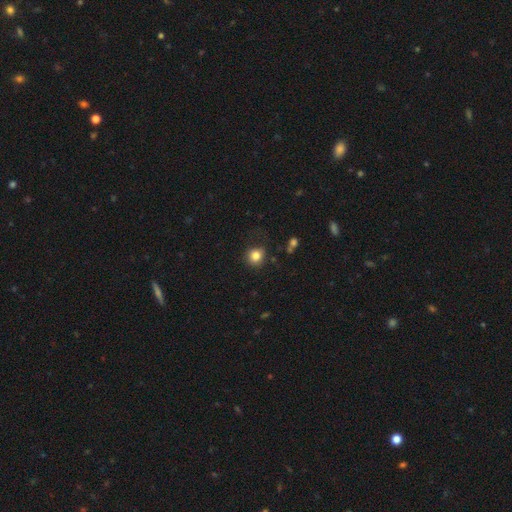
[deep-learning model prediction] Smooth or featured: smooth — 84% (star or artifact — 11%)
How rounded: round — 86% (in between — 13%)
Merging: none — 82% (minor disturbance — 12%)